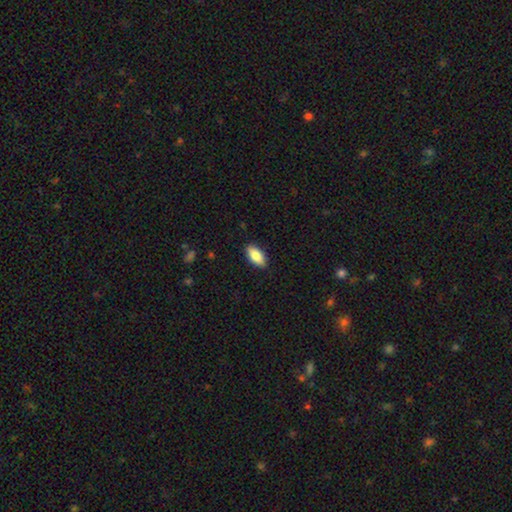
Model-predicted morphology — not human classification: type=smooth (84%); roundness=in between (89%); merging=none (88%).